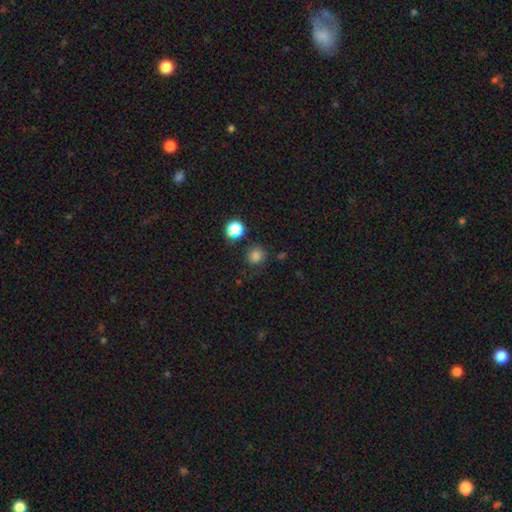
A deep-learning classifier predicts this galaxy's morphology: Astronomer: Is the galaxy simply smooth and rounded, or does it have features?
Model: smooth — 79%.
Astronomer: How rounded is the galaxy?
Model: round — 88%.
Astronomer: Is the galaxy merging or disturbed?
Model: none — 80%.